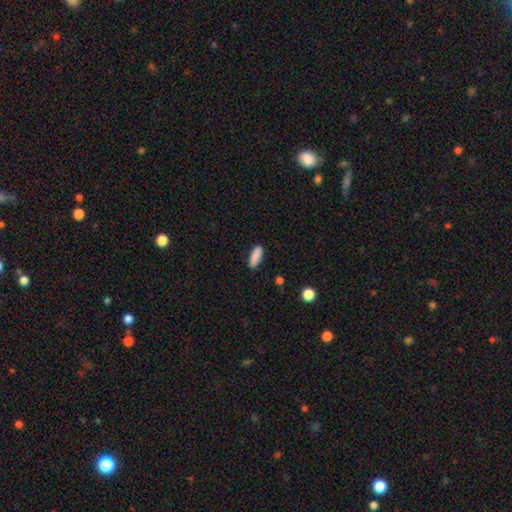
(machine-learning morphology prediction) A smooth galaxy with no disk features (89%) that is in between round and cigar-shaped (56%). Merging: none (87%).